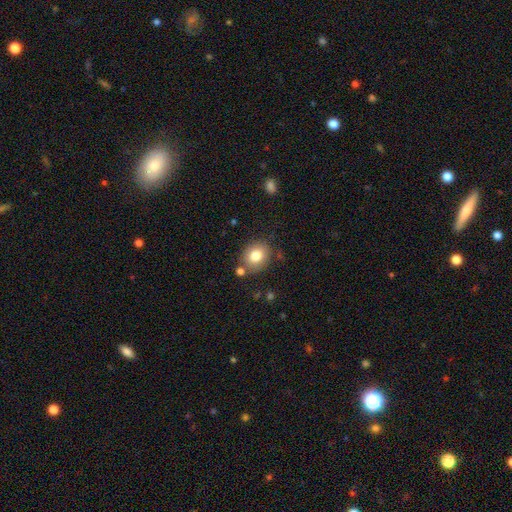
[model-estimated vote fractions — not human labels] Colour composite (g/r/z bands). It shows a smooth galaxy with no disk features (79%) that is round (60%). Merging: none (76%).